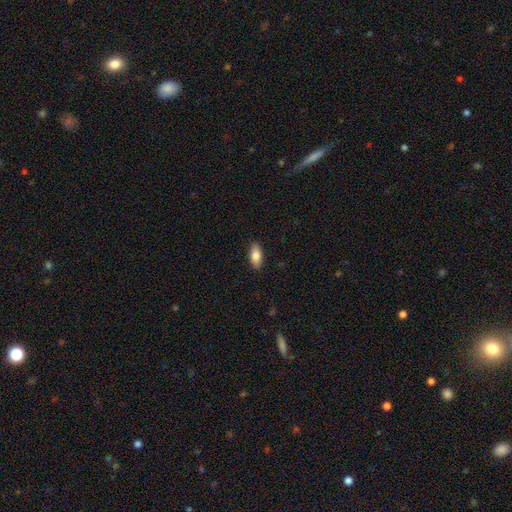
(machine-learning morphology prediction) Overall: smooth (82%). How rounded: in between (85%). Merging: none (89%).